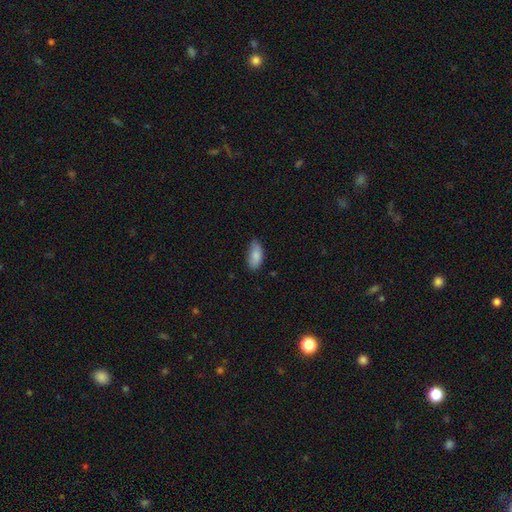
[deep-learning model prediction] A smooth galaxy with no disk features (85%) that is in between round and cigar-shaped (90%).

Vote fractions:
- Smooth or featured? smooth: 85% / featured or disk: 8% / star or artifact: 7%
- How rounded? in between: 90% / cigar-shaped: 7% / round: 2%
- Merging? none: 71% / minor disturbance: 24% / major disturbance: 3% / merger: 1%